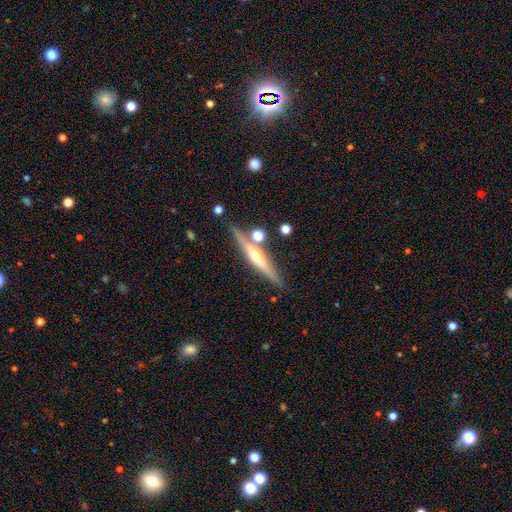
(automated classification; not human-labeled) This appears to be a featured or disk galaxy (71%) viewed edge-on (97%) with a rounded central bulge (82%). Merging: none (81%).